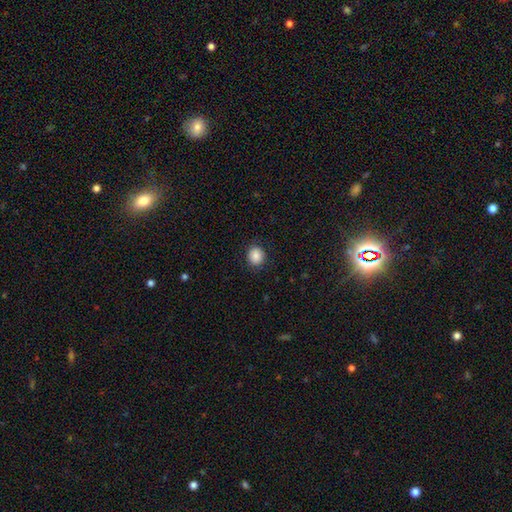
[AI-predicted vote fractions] smooth 86%, star or artifact 9%, featured or disk 5%. Down the decision tree: how rounded — round (79%); merging — none (88%).